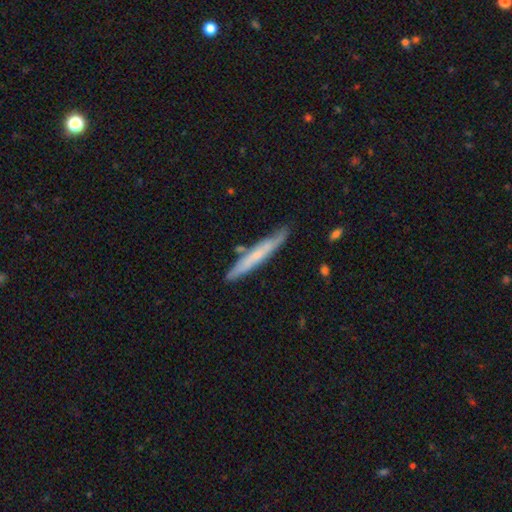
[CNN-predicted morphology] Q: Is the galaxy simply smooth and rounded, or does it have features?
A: smooth — 51%.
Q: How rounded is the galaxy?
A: cigar-shaped — 95%.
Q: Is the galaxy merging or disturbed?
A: none — 79%.